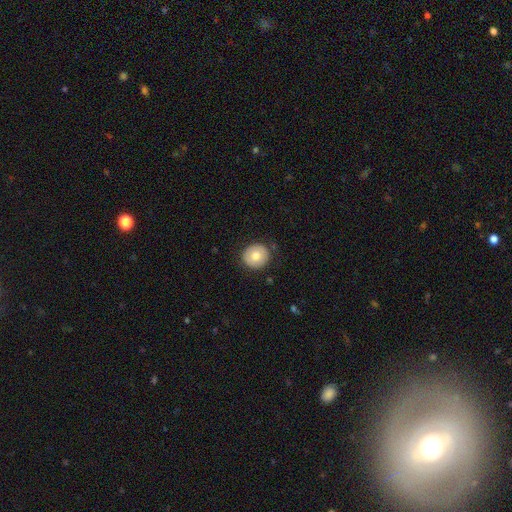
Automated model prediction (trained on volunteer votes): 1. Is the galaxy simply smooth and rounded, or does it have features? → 74% smooth, 19% featured or disk, 8% star or artifact.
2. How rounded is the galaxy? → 91% round, 8% in between, 1% cigar-shaped.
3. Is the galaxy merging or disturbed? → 88% none, 9% minor disturbance, 2% major disturbance, 1% merger.